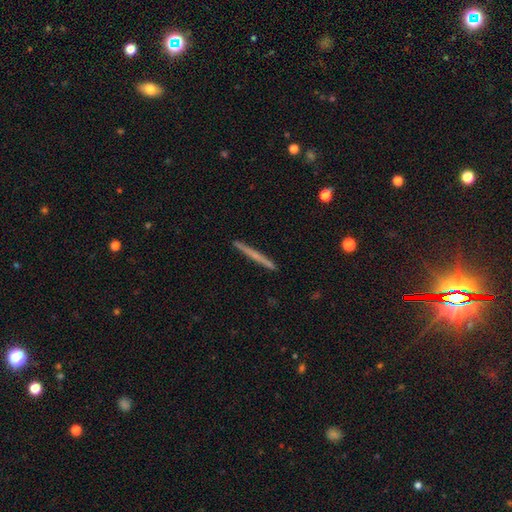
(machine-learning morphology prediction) Overall: smooth (47%, tied with featured or disk). Merging: none (92%).